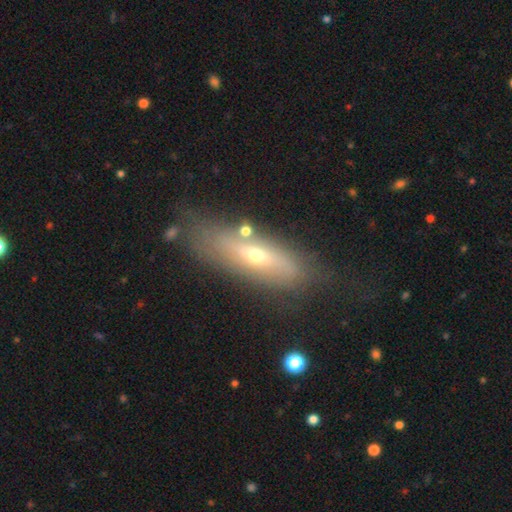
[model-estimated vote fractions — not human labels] Morphology: type=featured or disk (49%); merging=none (71%).